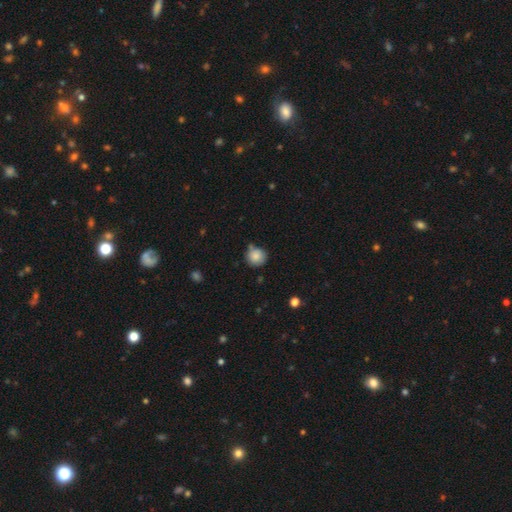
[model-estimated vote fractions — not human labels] Overall: smooth (84%). How rounded: round (92%). Merging: none (68%).